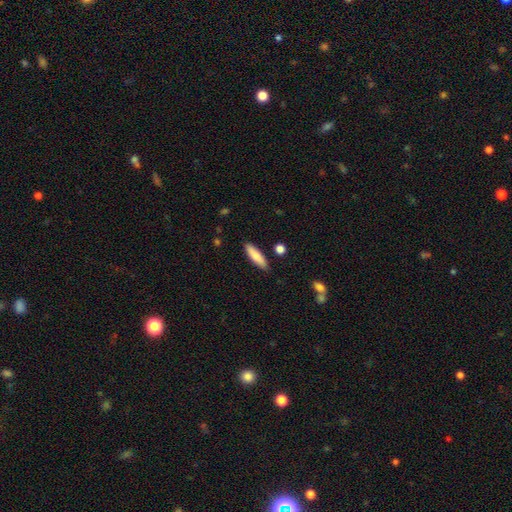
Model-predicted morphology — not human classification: smooth_or_featured: smooth (p=0.79) [alt: featured or disk p=0.15]
how_rounded: cigar-shaped (p=0.67) [alt: in between p=0.31]
merging: none (p=0.87) [alt: minor disturbance p=0.09]